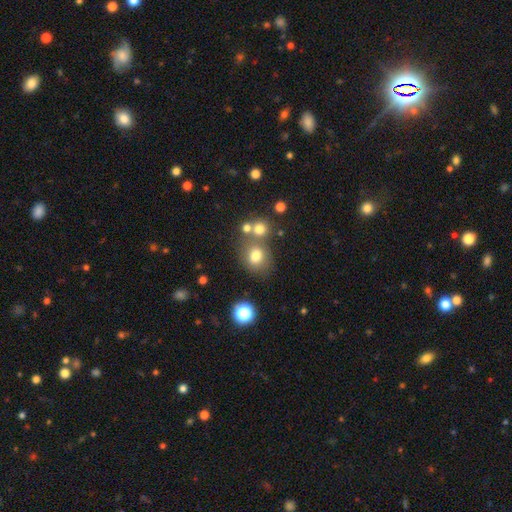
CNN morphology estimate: The model was most divided on "how rounded": round: 70%, in between: 29%, cigar-shaped: 1%. More confident: smooth or featured — smooth (74%); merging — none (65%).